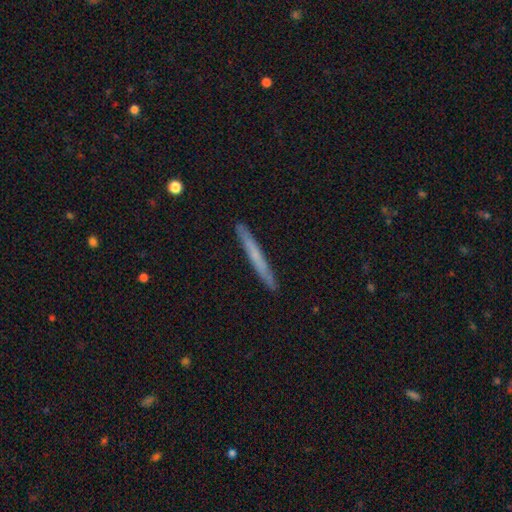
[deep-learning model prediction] Smooth or featured?
  - smooth: 54% *
  - featured or disk: 40%
  - star or artifact: 6%
How rounded?
  - cigar-shaped: 97% *
  - in between: 2%
  - round: 1%
Merging?
  - none: 91% *
  - minor disturbance: 6%
  - major disturbance: 1%
  - merger: 1%